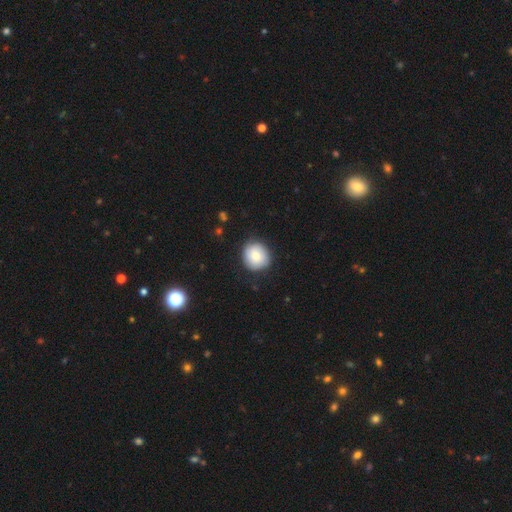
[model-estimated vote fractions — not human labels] A smooth galaxy with no disk features (80%) that is round (88%).

Vote fractions:
- Smooth or featured? smooth: 80% / featured or disk: 12% / star or artifact: 7%
- How rounded? round: 88% / in between: 11% / cigar-shaped: 1%
- Merging? none: 83% / minor disturbance: 13% / major disturbance: 3% / merger: 1%